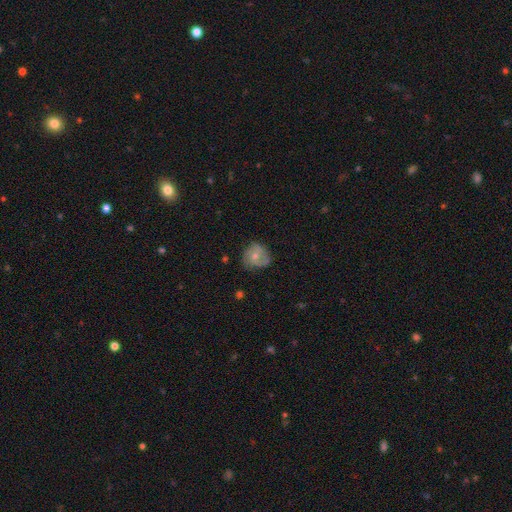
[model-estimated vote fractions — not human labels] Smooth or featured?
  - featured or disk: 55% *
  - smooth: 38%
  - star or artifact: 7%
Edge-on disk?
  - no: 97% *
  - yes: 3%
Bar?
  - no: 71% *
  - weak: 25%
  - strong: 4%
Spiral arms?
  - yes: 82% *
  - no: 18%
Bulge size?
  - moderate: 48% *
  - small: 47%
  - none: 3%
  - large: 2%
  - dominant: 1%
Merging?
  - none: 63% *
  - minor disturbance: 26%
  - major disturbance: 10%
  - merger: 2%